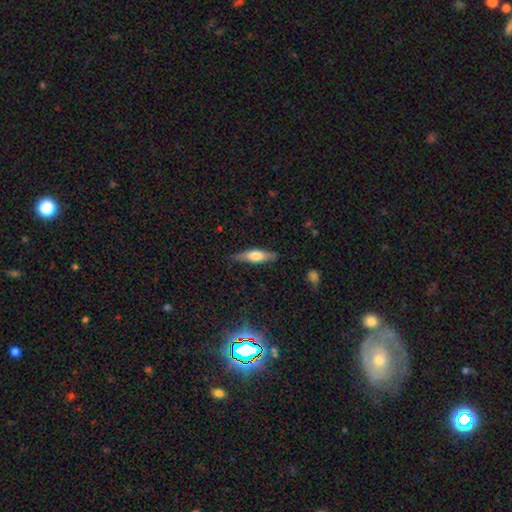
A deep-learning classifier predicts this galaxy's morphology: Smooth or featured? Predicted: smooth (p=0.52). How rounded? Predicted: cigar-shaped (p=0.62). Merging? Predicted: none (p=0.82).